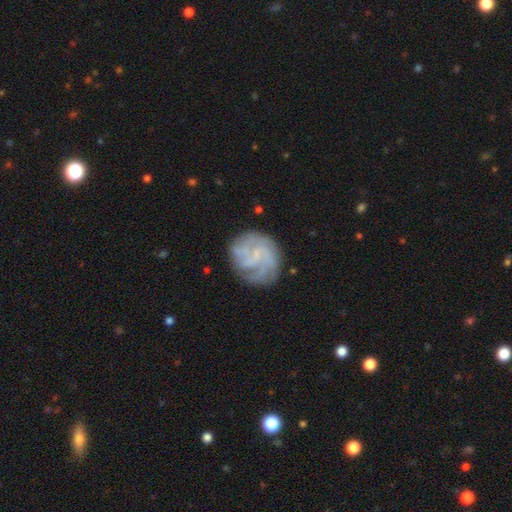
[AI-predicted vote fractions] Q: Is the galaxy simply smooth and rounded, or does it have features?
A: featured or disk — 73%.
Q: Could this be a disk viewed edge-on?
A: no — 98%.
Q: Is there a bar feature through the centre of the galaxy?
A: no — 55%.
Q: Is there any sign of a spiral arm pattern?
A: yes — 89%.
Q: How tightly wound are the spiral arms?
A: tight — 49%.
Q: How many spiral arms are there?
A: can't tell — 33%.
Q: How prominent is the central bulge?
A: none — 44%, tied with small.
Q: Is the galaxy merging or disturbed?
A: none — 72%.